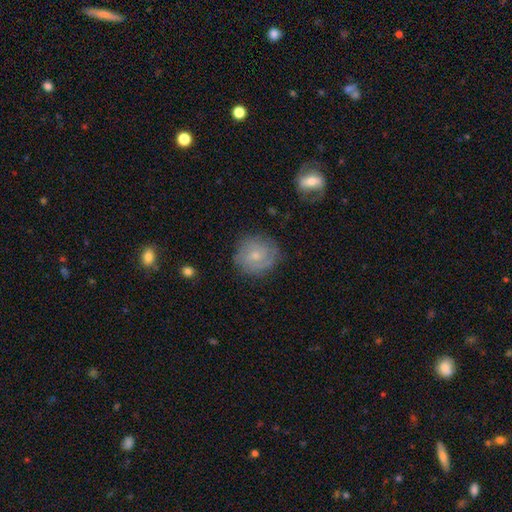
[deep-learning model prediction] This is possibly a featured or disk galaxy (53%). It is clearly not viewed edge-on (97%). Bar: likely no (68%). Spiral arm pattern: clearly yes (83%). Central bulge: possibly small (54%). Merging: likely none (78%).